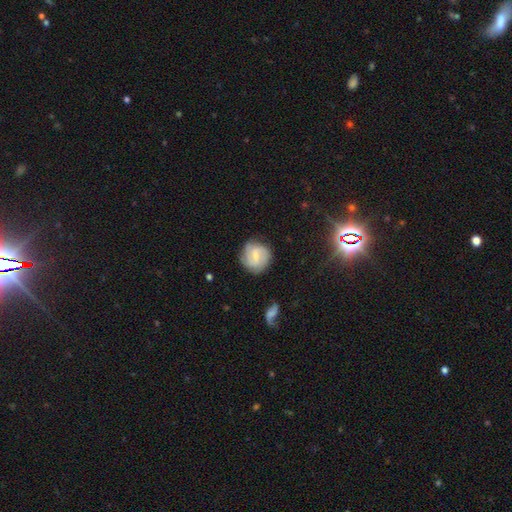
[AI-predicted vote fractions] Smooth or featured?
  - featured or disk: 63% *
  - smooth: 30%
  - star or artifact: 7%
Edge-on disk?
  - no: 97% *
  - yes: 3%
Bar?
  - weak: 59% *
  - no: 23%
  - strong: 18%
Spiral arms?
  - yes: 91% *
  - no: 9%
Spiral winding?
  - medium: 42% *
  - tight: 36%
  - loose: 21%
Spiral arm count?
  - 2: 55% *
  - can't tell: 19%
  - 3: 15%
  - 1: 4%
  - 4: 4%
  - more than 4: 3%
Bulge size?
  - small: 59% *
  - moderate: 29%
  - none: 9%
  - large: 2%
  - dominant: 1%
Merging?
  - none: 76% *
  - minor disturbance: 16%
  - major disturbance: 5%
  - merger: 2%